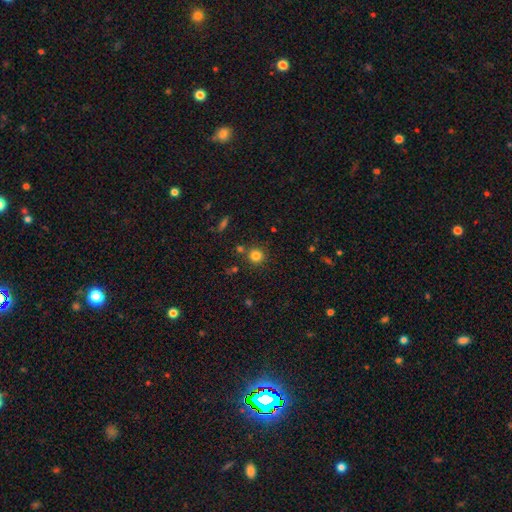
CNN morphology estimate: Smooth or featured? smooth (81%)
How rounded? round (92%)
Merging? none (80%)